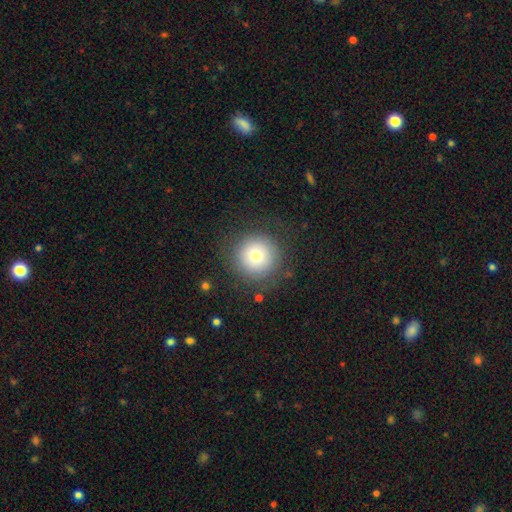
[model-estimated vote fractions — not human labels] Smooth or featured?
  - smooth: 74% *
  - featured or disk: 15%
  - star or artifact: 11%
How rounded?
  - round: 96% *
  - in between: 3%
  - cigar-shaped: 1%
Merging?
  - none: 84% *
  - minor disturbance: 9%
  - major disturbance: 5%
  - merger: 1%